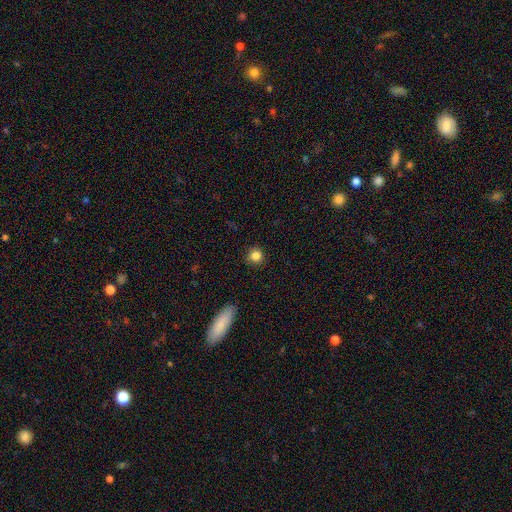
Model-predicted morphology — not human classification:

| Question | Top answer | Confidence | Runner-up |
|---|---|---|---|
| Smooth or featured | smooth | 84% | star or artifact (12%) |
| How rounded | round | 92% | in between (7%) |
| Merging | none | 89% | minor disturbance (8%) |